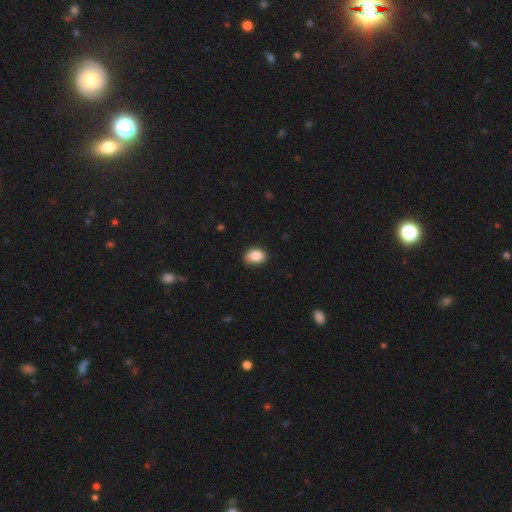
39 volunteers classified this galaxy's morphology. This appears to be a smooth galaxy with no disk features (87%) that is in between round and cigar-shaped (85%). Merging: none (89%).